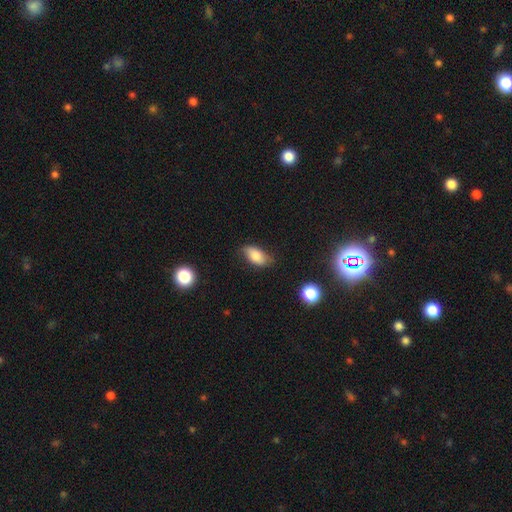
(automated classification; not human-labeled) Overall: smooth (77%). How rounded: in between (89%). Merging: none (69%).